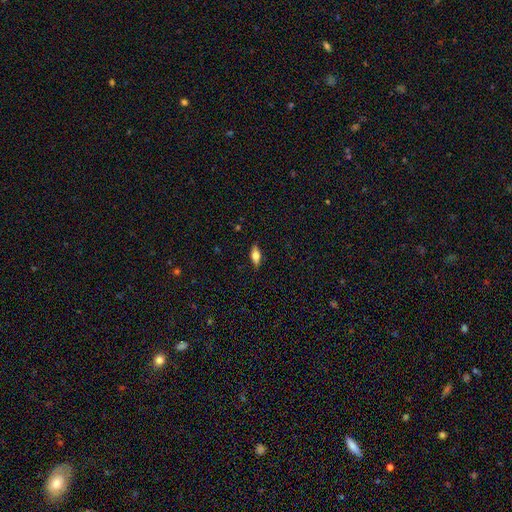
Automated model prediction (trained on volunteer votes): A smooth galaxy with no disk features (63%) that is in between round and cigar-shaped (74%). Merging: none (87%).